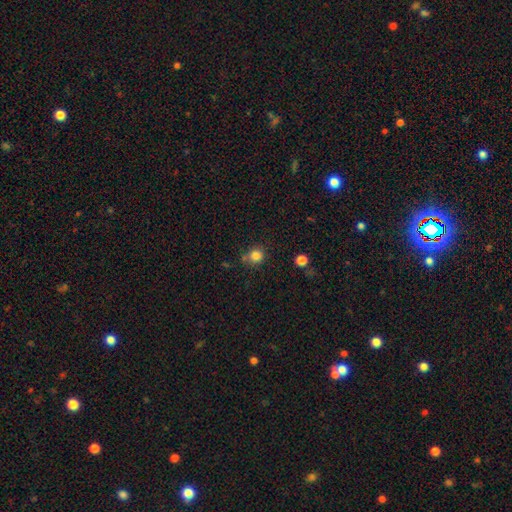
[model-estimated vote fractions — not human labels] smooth_or_featured: smooth (p=0.83) [alt: star or artifact p=0.12]
how_rounded: round (p=0.87) [alt: in between p=0.13]
merging: none (p=0.71) [alt: minor disturbance p=0.15]